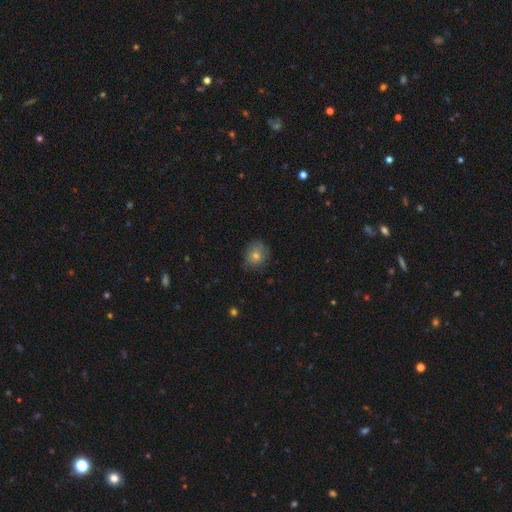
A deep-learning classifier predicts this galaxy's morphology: Smooth or featured: smooth — 68% (featured or disk — 17%)
How rounded: round — 71% (in between — 28%)
Merging: none — 74% (minor disturbance — 20%)